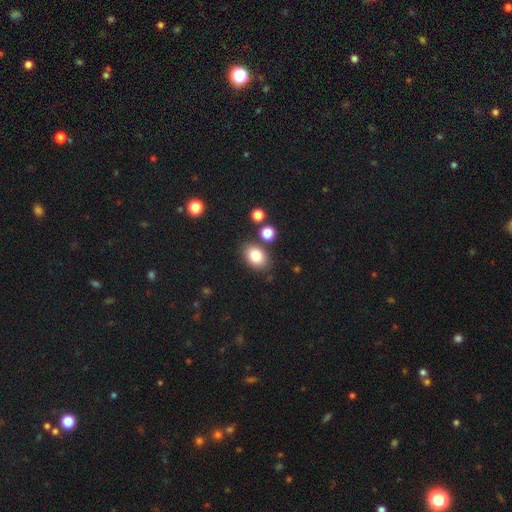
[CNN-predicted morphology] Q: Smooth or featured?
A: smooth (83%); runner-up: star or artifact (9%)
Q: How rounded?
A: in between (76%); runner-up: round (22%)
Q: Merging?
A: none (78%); runner-up: minor disturbance (12%)